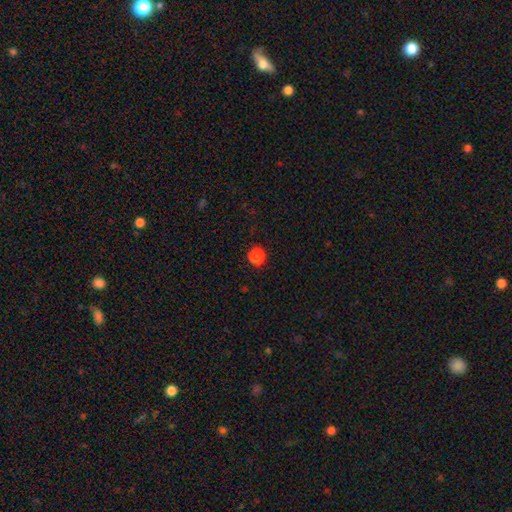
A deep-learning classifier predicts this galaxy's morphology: Smooth or featured: smooth — 79% (star or artifact — 17%)
How rounded: round — 91% (in between — 8%)
Merging: none — 89% (minor disturbance — 6%)